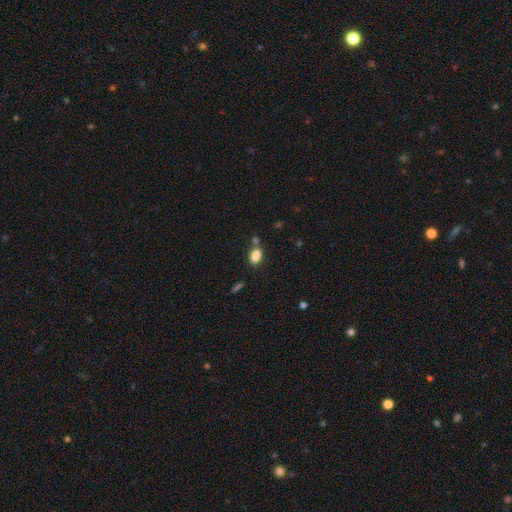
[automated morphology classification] This is clearly a smooth galaxy (85%). How rounded: clearly in between (85%). Merging: likely none (64%).